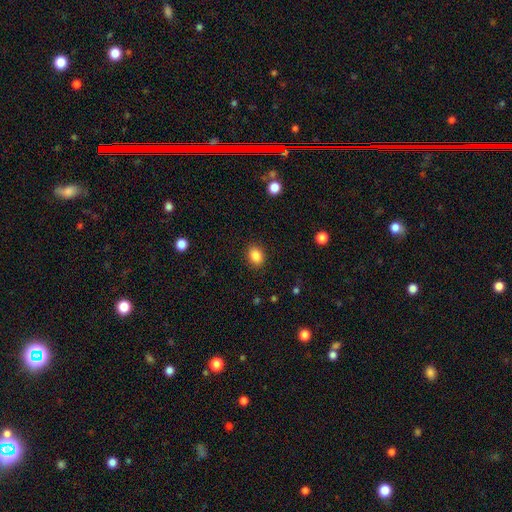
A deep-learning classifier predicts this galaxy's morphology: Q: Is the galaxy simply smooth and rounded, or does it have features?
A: smooth — 87%.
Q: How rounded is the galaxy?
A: in between — 60%.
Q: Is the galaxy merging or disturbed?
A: none — 89%.